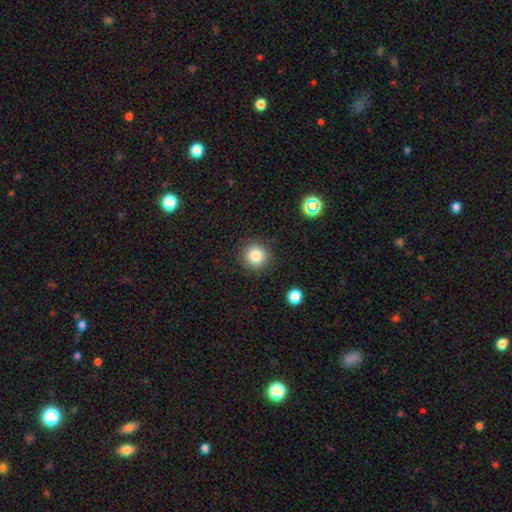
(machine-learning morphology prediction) This appears to be a smooth galaxy with no disk features (83%) that is round (94%). Merging: none (90%).